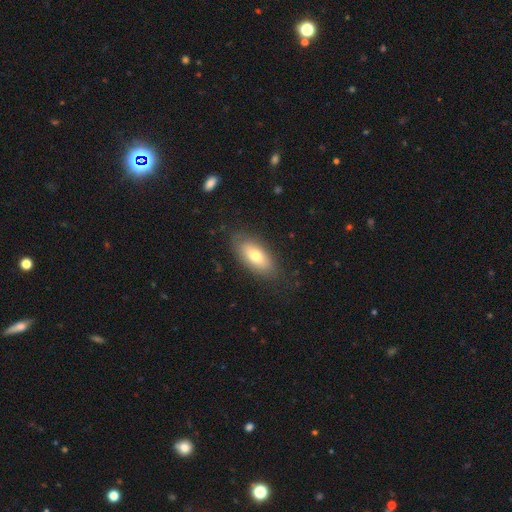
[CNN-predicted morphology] Overall: smooth (70%). How rounded: in between (88%). Merging: none (81%).